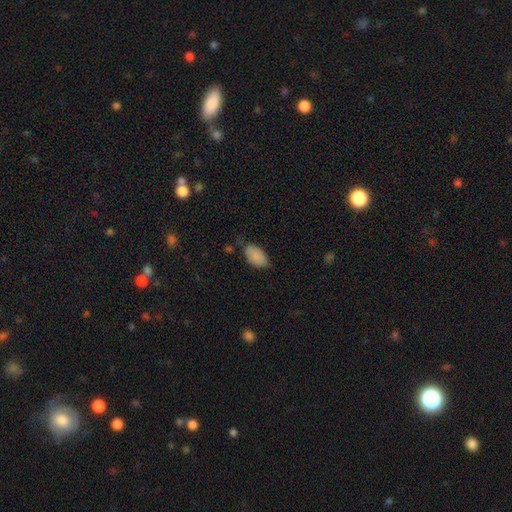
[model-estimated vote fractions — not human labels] Q: Smooth or featured?
A: smooth (87%); runner-up: star or artifact (8%)
Q: How rounded?
A: in between (94%); runner-up: round (5%)
Q: Merging?
A: none (62%); runner-up: minor disturbance (29%)